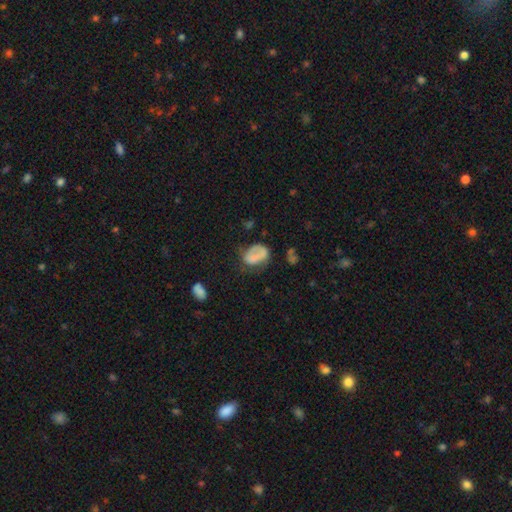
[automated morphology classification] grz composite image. It shows a smooth galaxy with no disk features (65%) that is in between round and cigar-shaped (76%). Merging: none (37%).